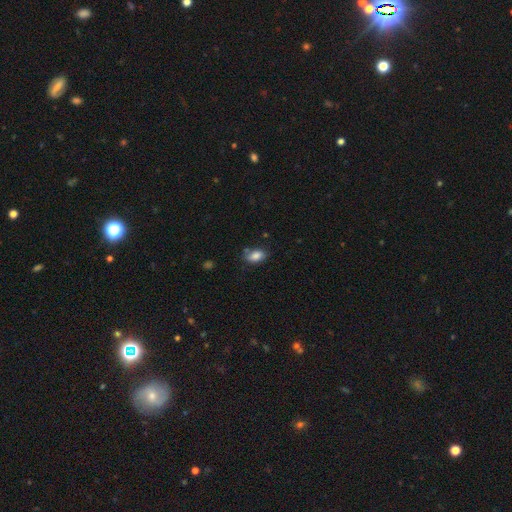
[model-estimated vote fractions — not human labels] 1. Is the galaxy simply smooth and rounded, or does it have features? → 84% smooth, 8% star or artifact, 8% featured or disk.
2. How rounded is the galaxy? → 89% in between, 8% round, 3% cigar-shaped.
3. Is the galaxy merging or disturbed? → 69% none, 21% minor disturbance, 5% merger, 5% major disturbance.